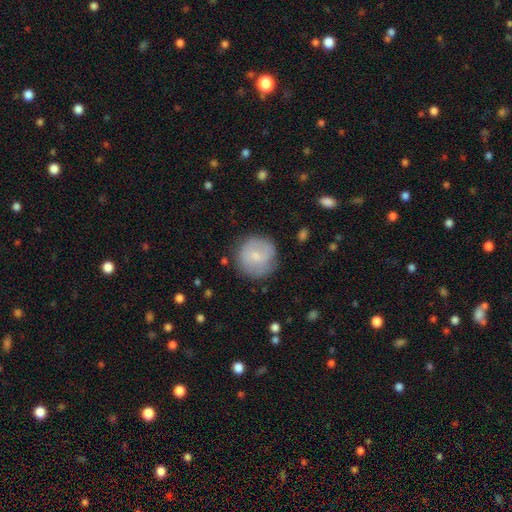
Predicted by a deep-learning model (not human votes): Smooth or featured? smooth (64%)
How rounded? round (93%)
Merging? none (78%)